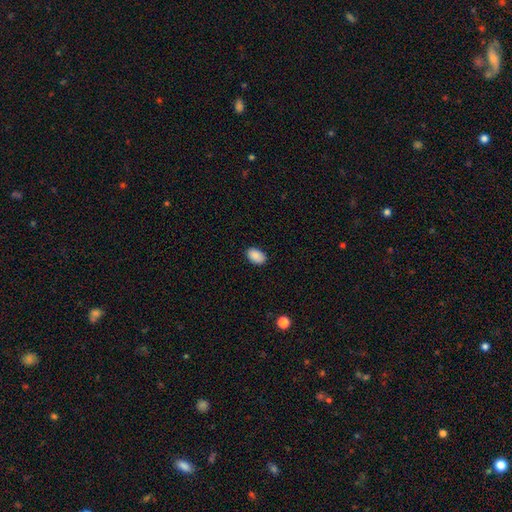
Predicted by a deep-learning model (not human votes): smooth-or-featured: smooth: 89% | star or artifact: 7% | featured or disk: 4%
  how-rounded: in between: 89% | round: 10% | cigar-shaped: 1%
  merging: none: 87% | minor disturbance: 10% | major disturbance: 2% | merger: 1%